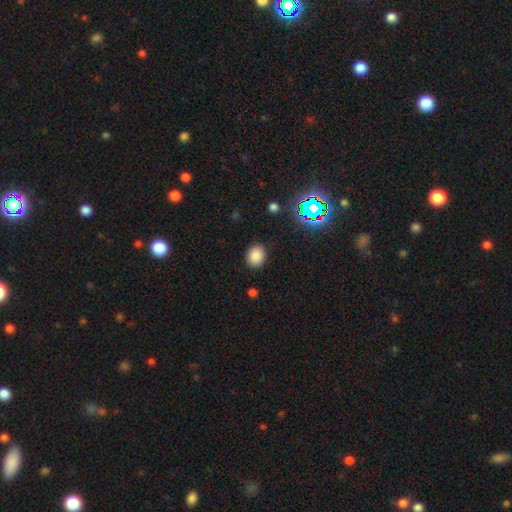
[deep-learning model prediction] smooth 83%, star or artifact 12%, featured or disk 4%. Down the decision tree: how rounded — round (53%); merging — none (88%).